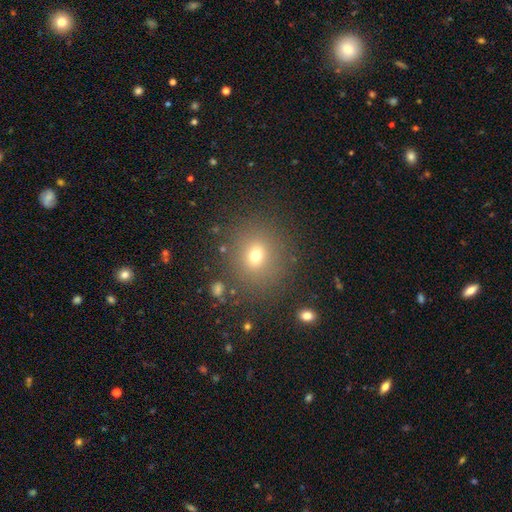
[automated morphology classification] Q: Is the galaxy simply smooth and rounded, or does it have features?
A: smooth — 69%.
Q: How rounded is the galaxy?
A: round — 79%.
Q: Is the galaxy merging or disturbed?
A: none — 84%.